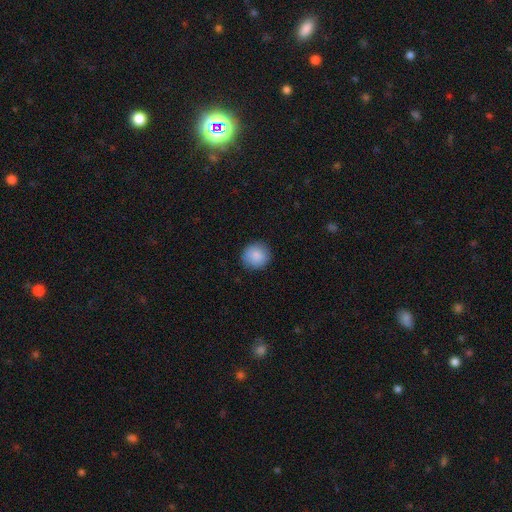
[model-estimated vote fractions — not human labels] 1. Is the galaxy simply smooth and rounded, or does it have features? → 87% smooth, 7% star or artifact, 6% featured or disk.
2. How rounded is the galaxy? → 91% round, 8% in between, 1% cigar-shaped.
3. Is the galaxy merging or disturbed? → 88% none, 9% minor disturbance, 2% major disturbance, 1% merger.